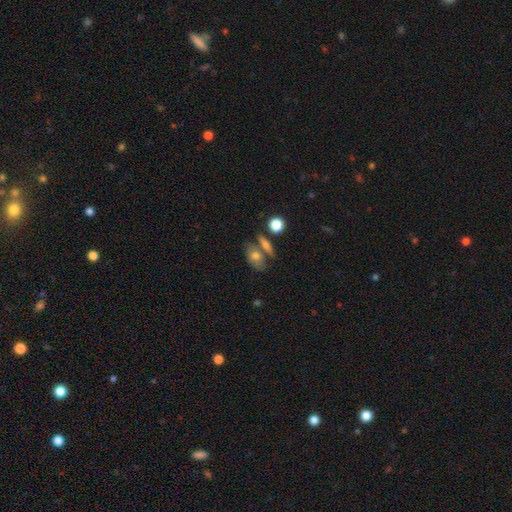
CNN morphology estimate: Q: Smooth or featured?
A: smooth (54%); runner-up: featured or disk (30%)
Q: How rounded?
A: in between (71%); runner-up: round (23%)
Q: Merging?
A: none (51%); runner-up: merger (26%)